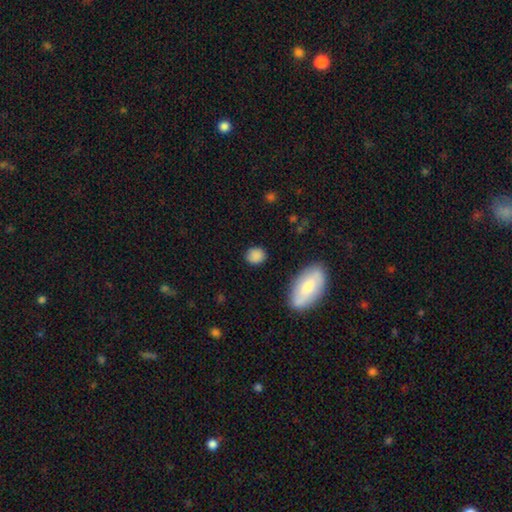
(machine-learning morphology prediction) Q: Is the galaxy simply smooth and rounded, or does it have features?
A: smooth — 85%.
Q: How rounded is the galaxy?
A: round — 60%.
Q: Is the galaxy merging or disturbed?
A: none — 82%.